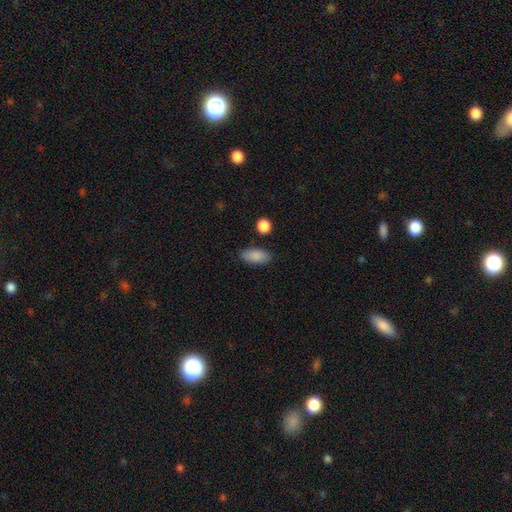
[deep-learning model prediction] A smooth galaxy with no disk features (88%) that is in between round and cigar-shaped (90%). Merging: none (83%).